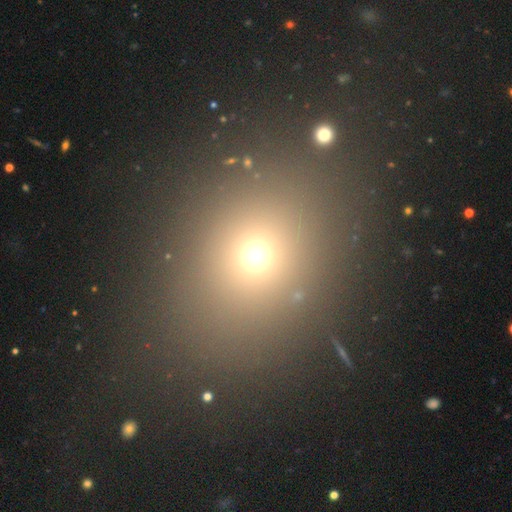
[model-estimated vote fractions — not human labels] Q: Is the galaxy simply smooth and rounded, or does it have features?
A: smooth — 66%.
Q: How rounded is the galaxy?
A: round — 62%.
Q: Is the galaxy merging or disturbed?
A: none — 83%.